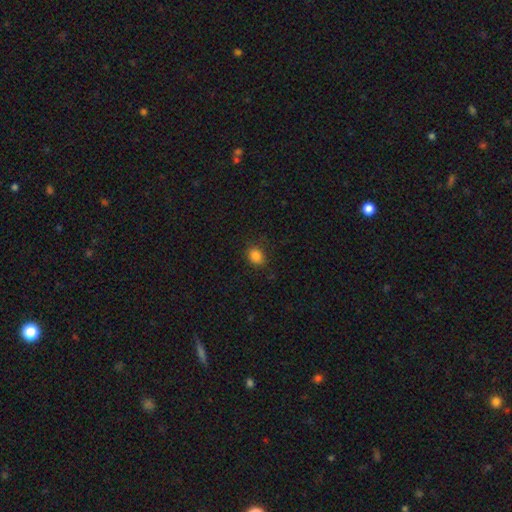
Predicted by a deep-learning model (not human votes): Smooth or featured?
  - smooth: 84% *
  - star or artifact: 12%
  - featured or disk: 4%
How rounded?
  - round: 50% *
  - in between: 49%
  - cigar-shaped: 1%
Merging?
  - none: 80% *
  - minor disturbance: 14%
  - major disturbance: 4%
  - merger: 1%